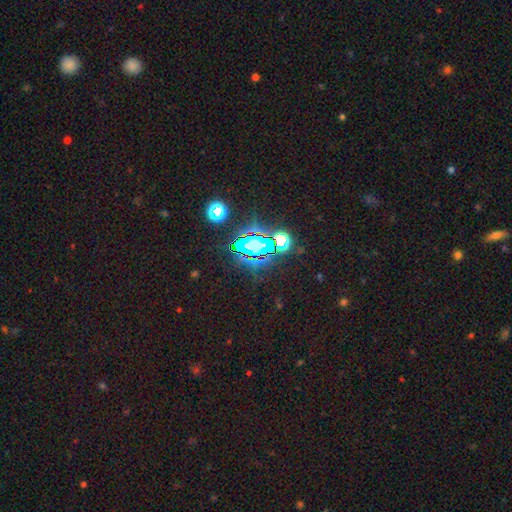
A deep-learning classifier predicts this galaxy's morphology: smooth_or_featured: star or artifact (p=0.81) [alt: smooth p=0.12]